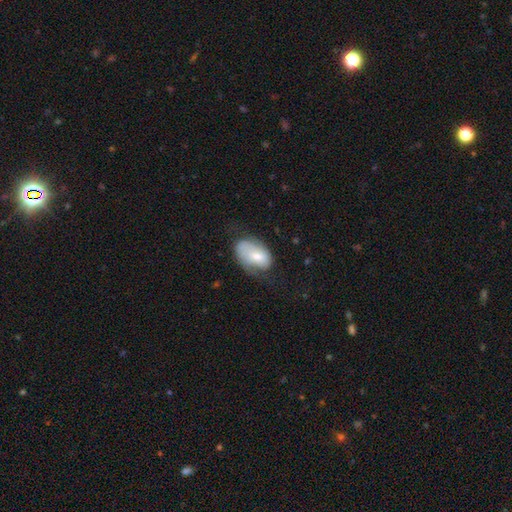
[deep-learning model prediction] Smooth or featured?
  - smooth: 62% *
  - featured or disk: 32%
  - star or artifact: 7%
How rounded?
  - in between: 90% *
  - round: 9%
  - cigar-shaped: 1%
Merging?
  - none: 44% *
  - minor disturbance: 34%
  - major disturbance: 20%
  - merger: 2%